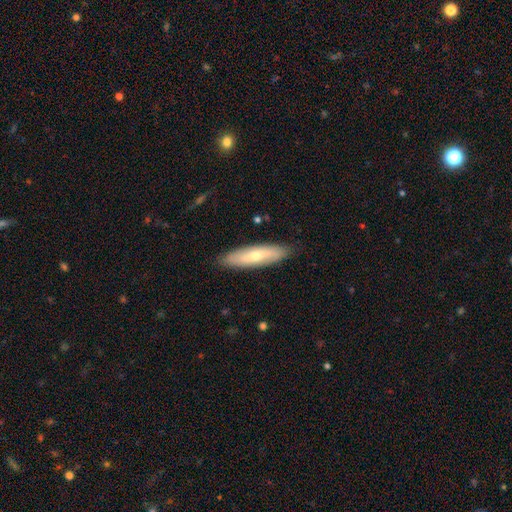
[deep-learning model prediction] This is possibly a smooth galaxy (55%). How rounded: likely cigar-shaped (64%). Merging: clearly none (86%).